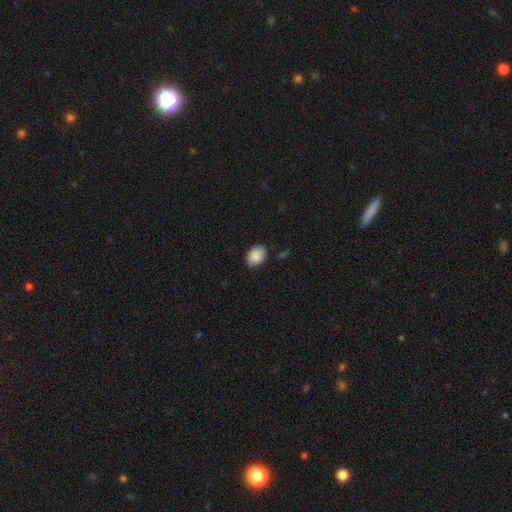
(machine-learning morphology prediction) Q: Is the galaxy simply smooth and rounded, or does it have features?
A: smooth — 90%.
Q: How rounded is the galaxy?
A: in between — 75%.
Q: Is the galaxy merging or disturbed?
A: none — 82%.